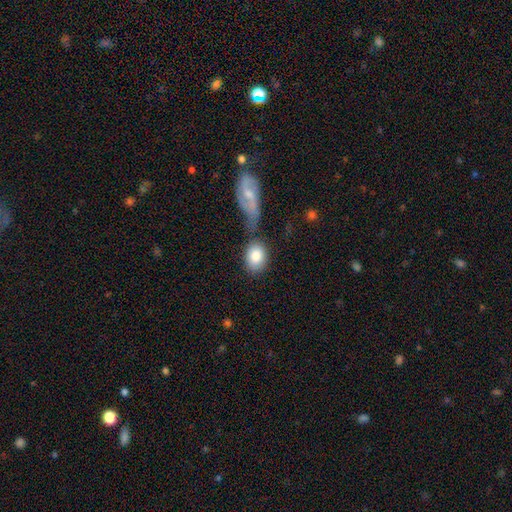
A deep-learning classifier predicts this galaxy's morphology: A smooth galaxy with no disk features (84%) that is in between round and cigar-shaped (67%). Merging: none (58%).